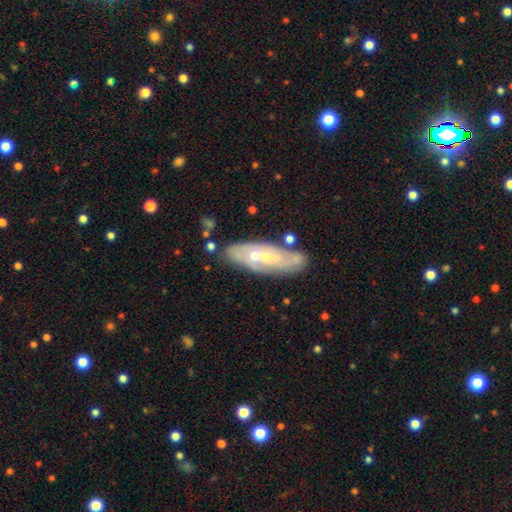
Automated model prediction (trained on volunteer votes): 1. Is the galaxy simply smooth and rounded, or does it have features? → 64% featured or disk, 29% smooth, 7% star or artifact.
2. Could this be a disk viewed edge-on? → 81% no, 19% yes.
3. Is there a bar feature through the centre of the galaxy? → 73% no, 21% weak, 6% strong.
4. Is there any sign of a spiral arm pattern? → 64% yes, 36% no.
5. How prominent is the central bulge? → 61% small, 35% moderate, 2% none, 1% large, 1% dominant.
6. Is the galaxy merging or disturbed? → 65% none, 19% minor disturbance, 10% merger, 6% major disturbance.